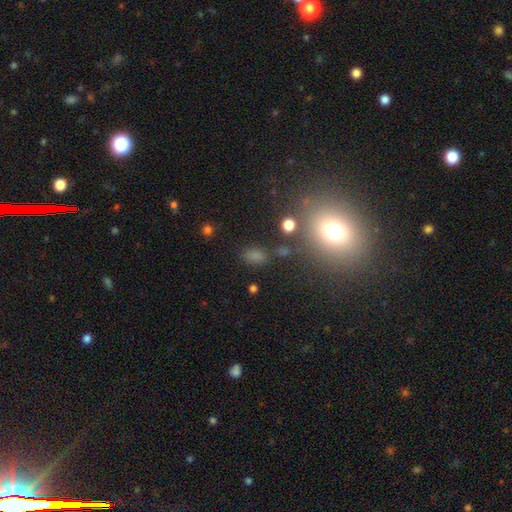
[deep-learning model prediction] smooth_or_featured: smooth (p=0.69) [alt: star or artifact p=0.24]
how_rounded: in between (p=0.74) [alt: round p=0.23]
merging: none (p=0.73) [alt: minor disturbance p=0.14]